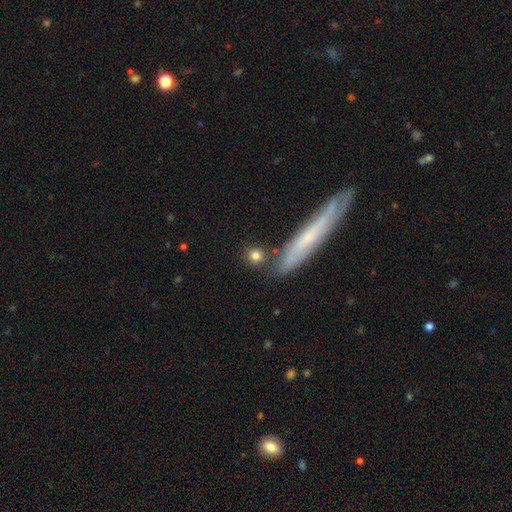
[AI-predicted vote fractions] Q: Smooth or featured?
A: smooth (82%); runner-up: featured or disk (10%)
Q: How rounded?
A: round (79%); runner-up: in between (12%)
Q: Merging?
A: none (79%); runner-up: minor disturbance (9%)